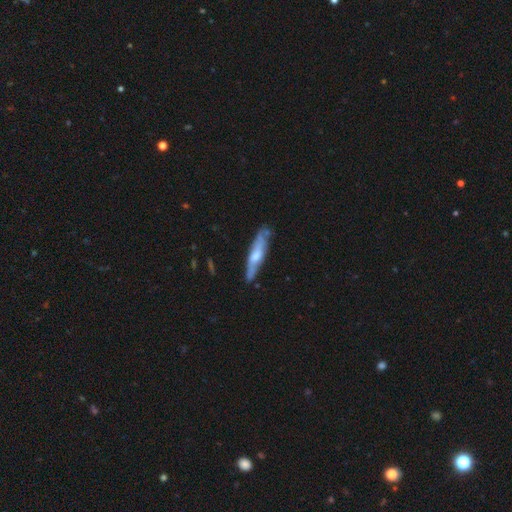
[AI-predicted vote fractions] Q: Smooth or featured?
A: featured or disk (60%); runner-up: smooth (32%)
Q: Edge-on disk?
A: yes (79%); runner-up: no (21%)
Q: Merging?
A: none (81%); runner-up: minor disturbance (15%)